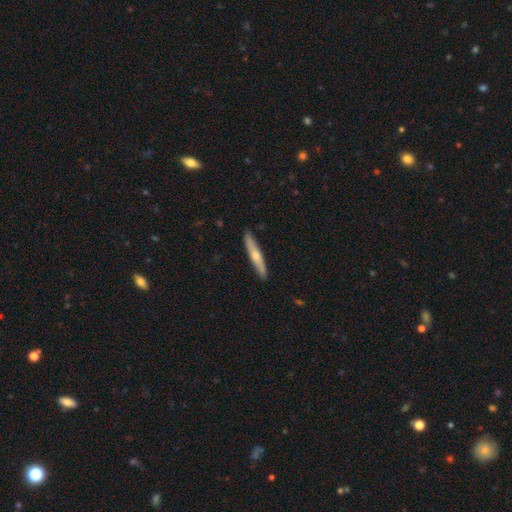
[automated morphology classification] This is possibly a smooth galaxy (53%). How rounded: clearly cigar-shaped (92%). Merging: clearly none (89%).